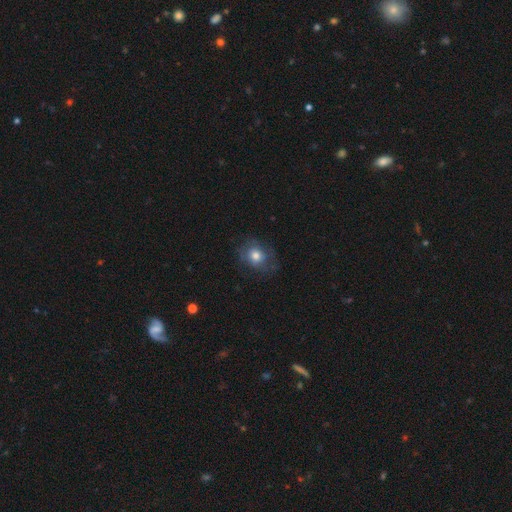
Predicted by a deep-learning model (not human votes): This appears to be a smooth galaxy with no disk features (66%) that is round (64%). Merging: none (65%).